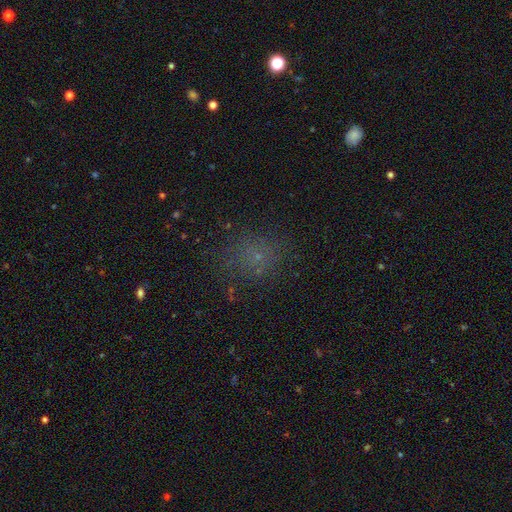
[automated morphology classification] smooth 58%, star or artifact 32%, featured or disk 10%. Down the decision tree: how rounded — round (74%); merging — none (75%).